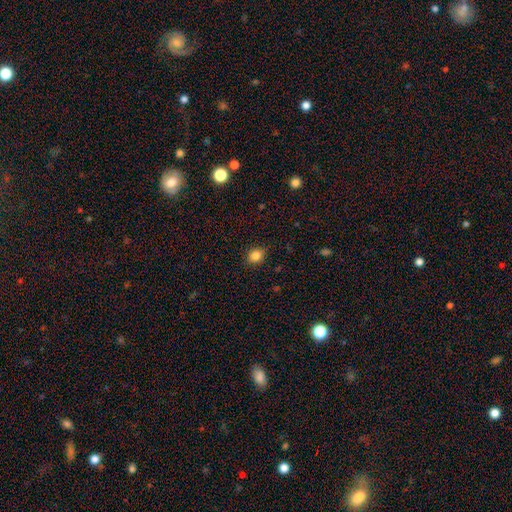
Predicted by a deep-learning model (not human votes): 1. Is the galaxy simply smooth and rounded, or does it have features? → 84% smooth, 11% star or artifact, 5% featured or disk.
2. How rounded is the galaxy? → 60% round, 39% in between, 1% cigar-shaped.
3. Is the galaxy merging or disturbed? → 86% none, 11% minor disturbance, 2% major disturbance, 1% merger.